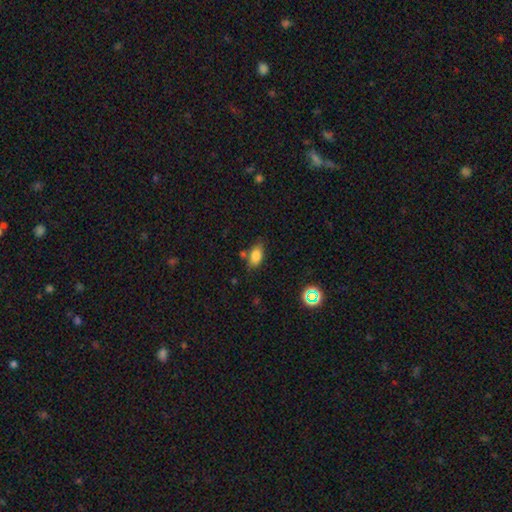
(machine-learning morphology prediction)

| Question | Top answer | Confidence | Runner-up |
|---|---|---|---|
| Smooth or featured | smooth | 81% | star or artifact (10%) |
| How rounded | in between | 87% | round (8%) |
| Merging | none | 71% | minor disturbance (17%) |